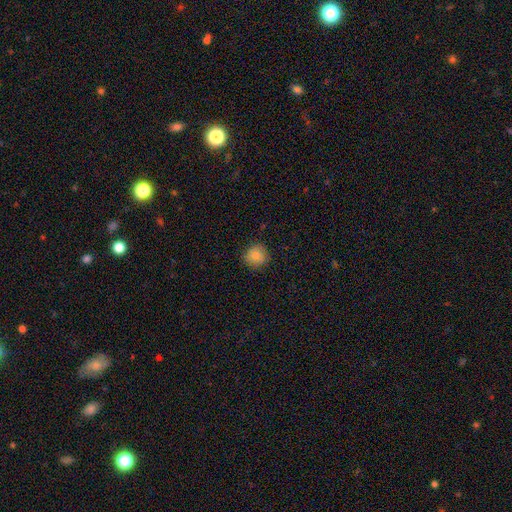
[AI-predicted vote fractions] Morphology: type=smooth (84%); roundness=round (91%); merging=none (85%).